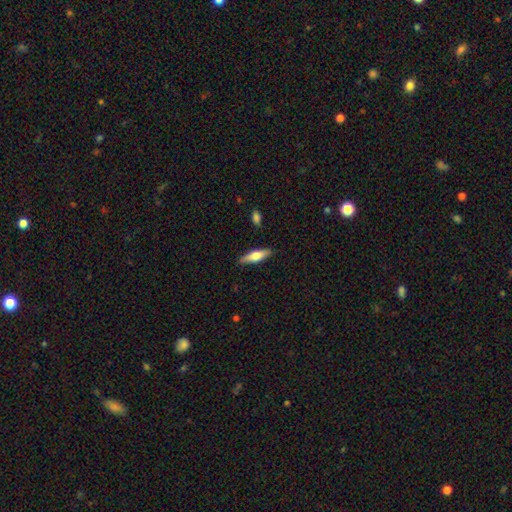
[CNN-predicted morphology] smooth 59%, featured or disk 35%, star or artifact 6%. Down the decision tree: how rounded — cigar-shaped (62%); merging — none (87%).